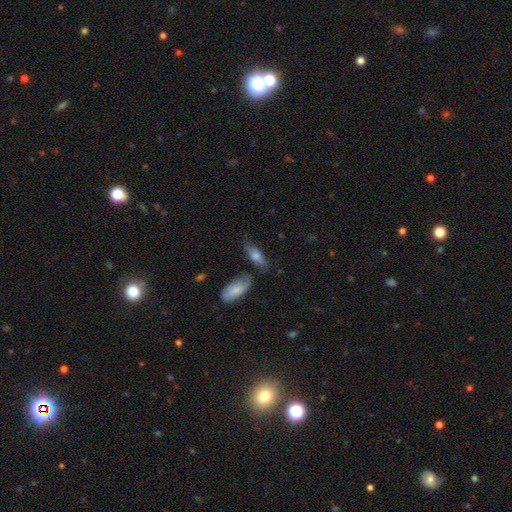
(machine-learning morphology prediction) type=smooth (68%); roundness=in between (65%); merging=none (61%).